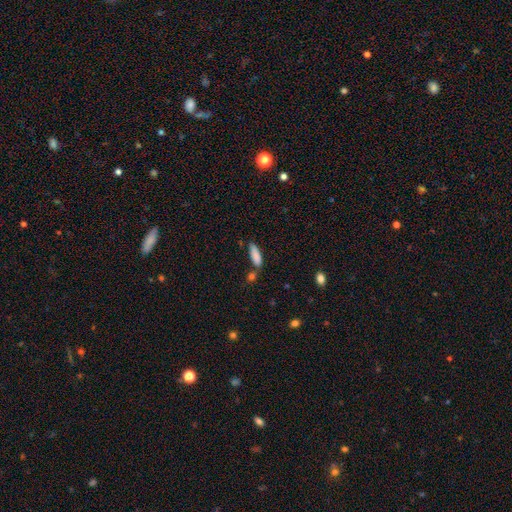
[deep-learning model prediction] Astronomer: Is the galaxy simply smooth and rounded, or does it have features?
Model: smooth — 85%.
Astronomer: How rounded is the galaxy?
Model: cigar-shaped — 51% (runner-up: in between, 47%).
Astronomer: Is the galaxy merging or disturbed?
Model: none — 63%.